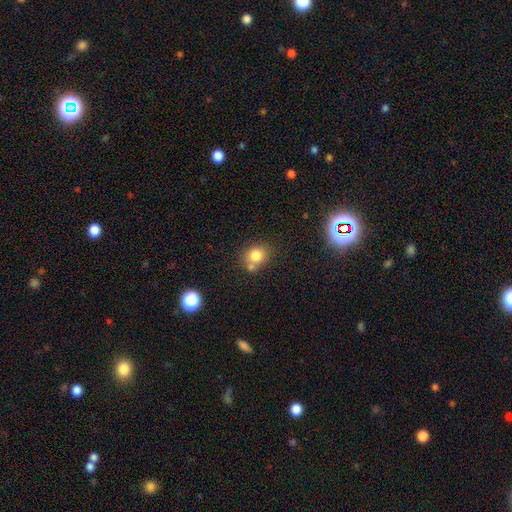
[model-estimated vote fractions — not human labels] Overall: smooth (80%). How rounded: round (73%). Merging: none (58%; merger 24%).